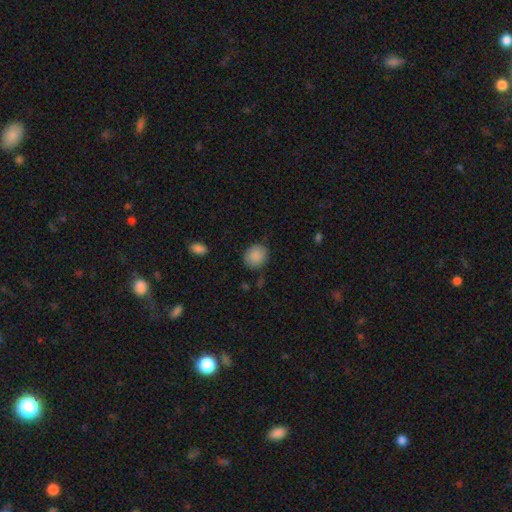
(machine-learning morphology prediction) Smooth or featured? Predicted: smooth (p=0.87). How rounded? Predicted: round (p=0.72). Merging? Predicted: none (p=0.79).